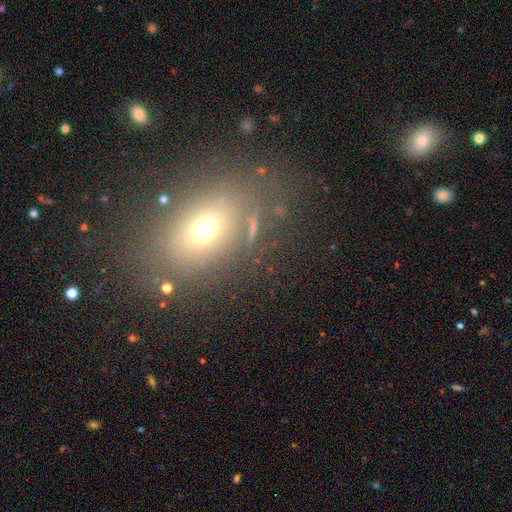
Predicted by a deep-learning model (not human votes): Smooth or featured? smooth (58%)
How rounded? in between (66%)
Merging? none (75%)